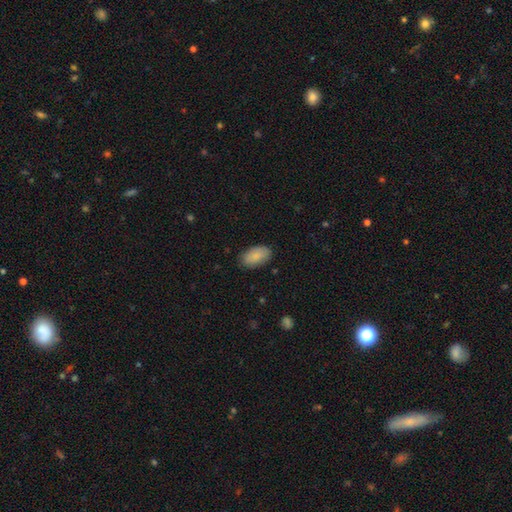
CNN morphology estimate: Smooth or featured?
  - smooth: 86% *
  - featured or disk: 8%
  - star or artifact: 6%
How rounded?
  - in between: 94% *
  - round: 4%
  - cigar-shaped: 2%
Merging?
  - none: 85% *
  - minor disturbance: 12%
  - major disturbance: 2%
  - merger: 1%